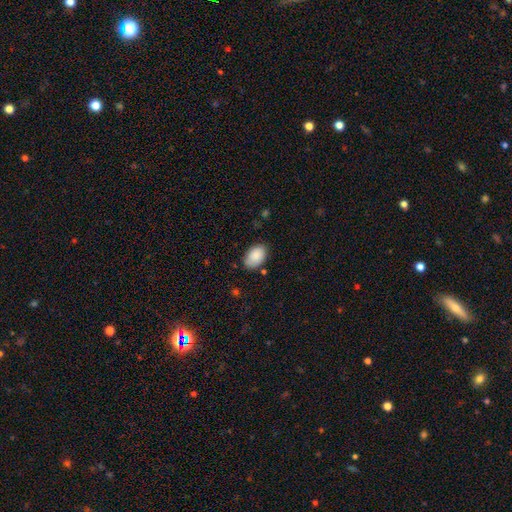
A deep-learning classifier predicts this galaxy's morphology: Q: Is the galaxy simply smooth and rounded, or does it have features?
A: smooth — 86%.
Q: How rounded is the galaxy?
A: in between — 91%.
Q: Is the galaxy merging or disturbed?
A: none — 76%.